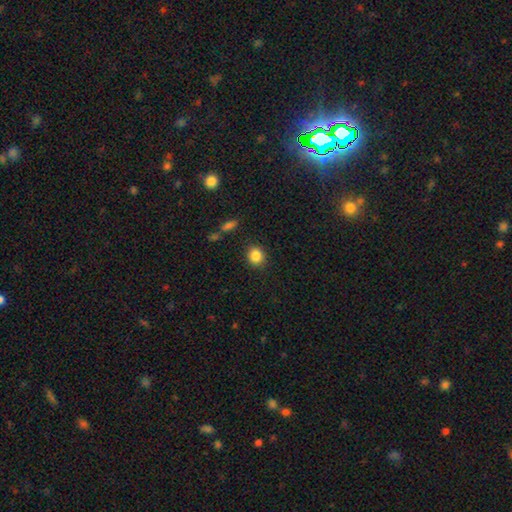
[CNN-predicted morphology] A smooth galaxy with no disk features (85%) that is round (79%).

Vote fractions:
- Smooth or featured? smooth: 85% / star or artifact: 10% / featured or disk: 5%
- How rounded? round: 79% / in between: 20% / cigar-shaped: 1%
- Merging? none: 88% / minor disturbance: 7% / major disturbance: 2% / merger: 2%